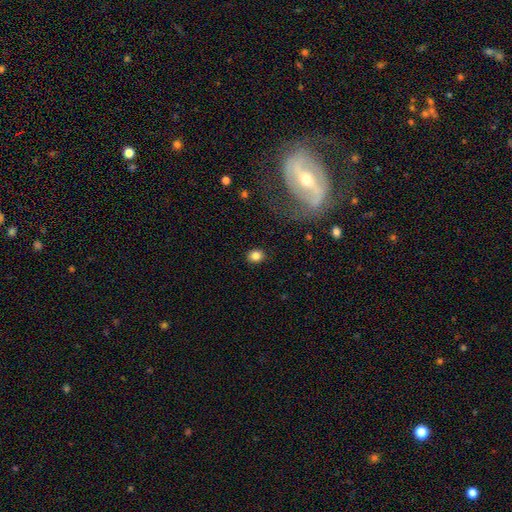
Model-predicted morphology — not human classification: Smooth or featured: smooth — 83% (star or artifact — 10%)
How rounded: round — 63% (in between — 36%)
Merging: none — 88% (minor disturbance — 8%)